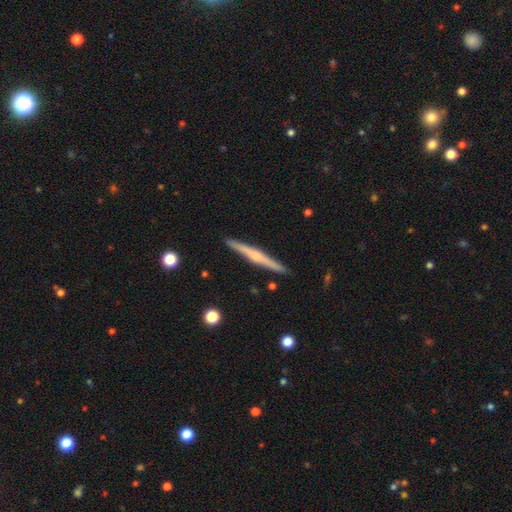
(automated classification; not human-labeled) A featured or disk galaxy (67%) viewed edge-on (98%) with a rounded central bulge (62%).

Vote fractions:
- Smooth or featured? featured or disk: 67% / smooth: 27% / star or artifact: 5%
- Edge-on disk? yes: 98% / no: 2%
- Edge-on bulge? rounded: 62% / none: 24% / boxy: 14%
- Merging? none: 92% / minor disturbance: 6% / major disturbance: 1% / merger: 1%